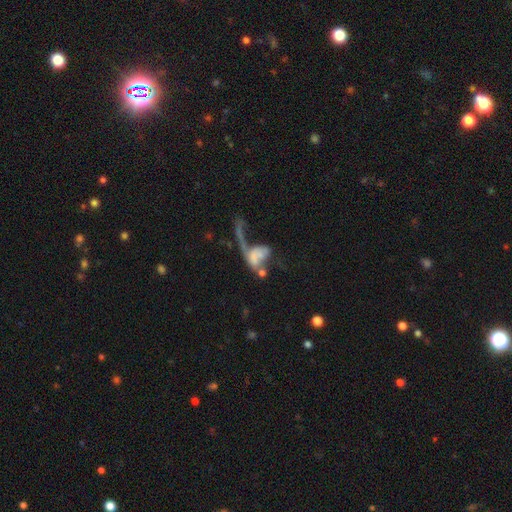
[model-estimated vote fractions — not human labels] This appears to be a featured or disk galaxy (48%). Merging: major disturbance (42%).